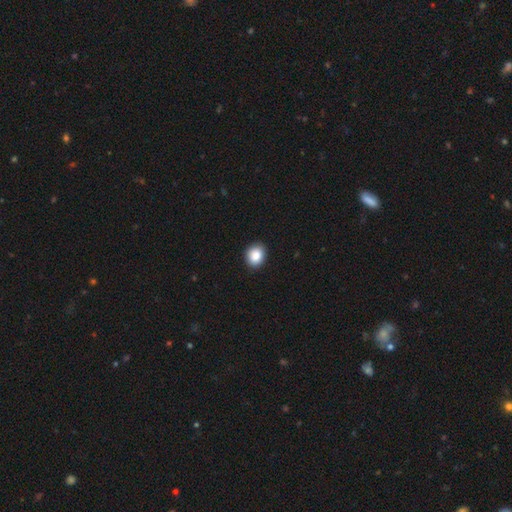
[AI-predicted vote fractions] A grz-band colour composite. It shows a smooth galaxy with no disk features (87%) that is round (56%). Merging: none (91%).